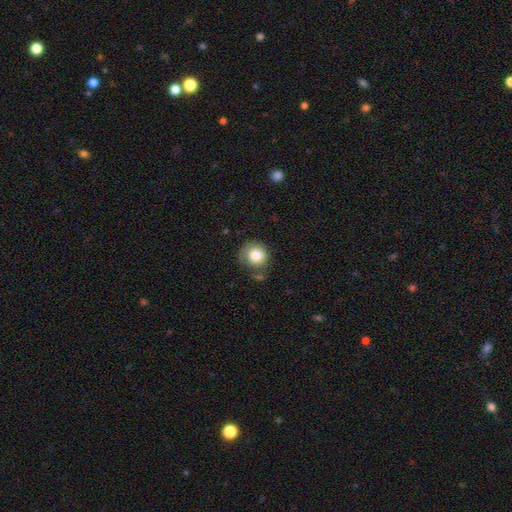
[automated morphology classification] smooth 81%, featured or disk 10%, star or artifact 9%. Down the decision tree: how rounded — round (85%); merging — none (61%).